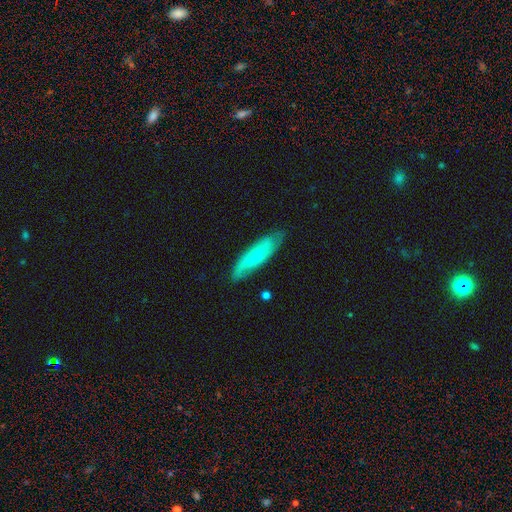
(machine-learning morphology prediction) Smooth or featured: smooth — 52% (featured or disk — 42%)
How rounded: cigar-shaped — 68% (in between — 31%)
Merging: none — 77% (minor disturbance — 18%)